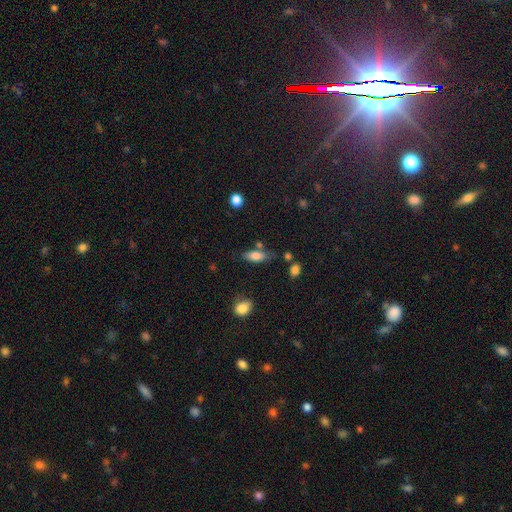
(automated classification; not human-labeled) smooth 77%, featured or disk 15%, star or artifact 8%. Down the decision tree: how rounded — in between (73%); merging — none (63%).